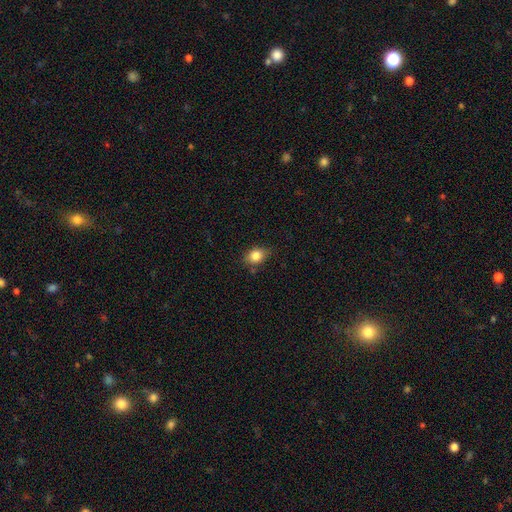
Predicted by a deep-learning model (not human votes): Smooth or featured: smooth — 83% (star or artifact — 9%)
How rounded: in between — 62% (round — 37%)
Merging: none — 75% (minor disturbance — 19%)